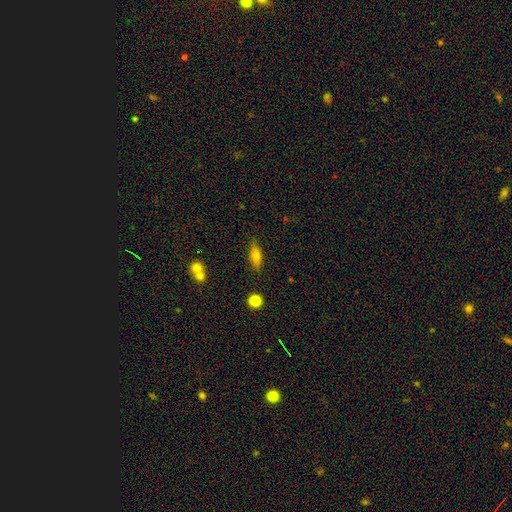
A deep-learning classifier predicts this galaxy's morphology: Smooth or featured? smooth (67%)
How rounded? in between (51%)
Merging? none (83%)